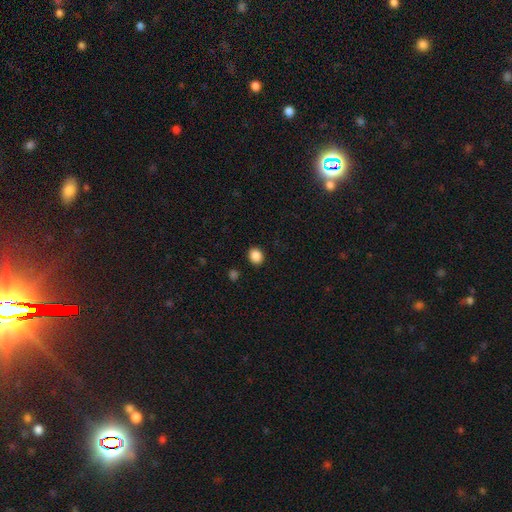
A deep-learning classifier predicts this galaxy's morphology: Smooth or featured?
  - smooth: 88% *
  - star or artifact: 9%
  - featured or disk: 3%
How rounded?
  - round: 58% *
  - in between: 41%
  - cigar-shaped: 1%
Merging?
  - none: 90% *
  - minor disturbance: 7%
  - major disturbance: 2%
  - merger: 2%